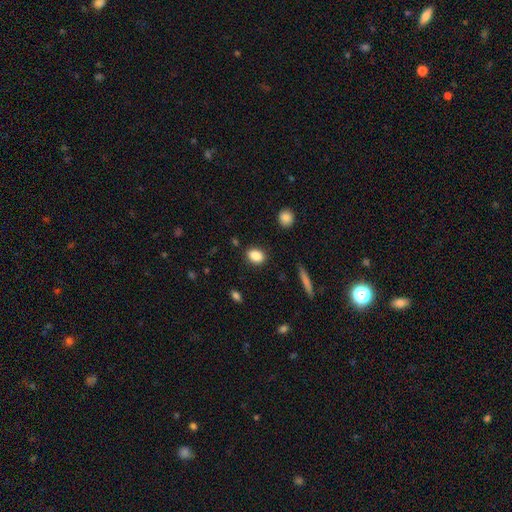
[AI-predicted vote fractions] The model was most divided on "how rounded": in between: 73%, round: 25%, cigar-shaped: 2%. More confident: smooth or featured — smooth (87%); merging — none (86%).